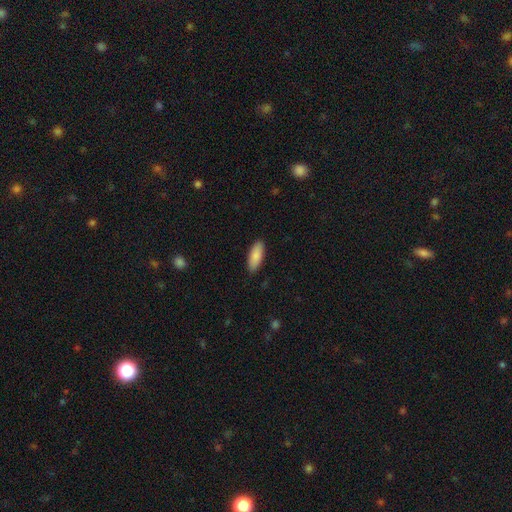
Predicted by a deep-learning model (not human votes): smooth 87%, featured or disk 7%, star or artifact 6%. Down the decision tree: how rounded — in between (75%); merging — none (89%).